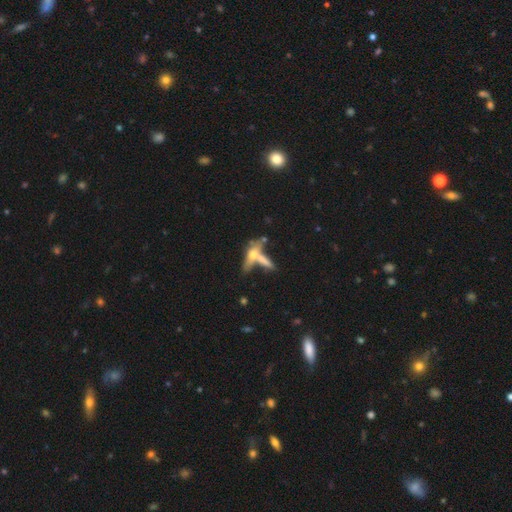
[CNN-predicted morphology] type=smooth (46%); merging=merger (47%).